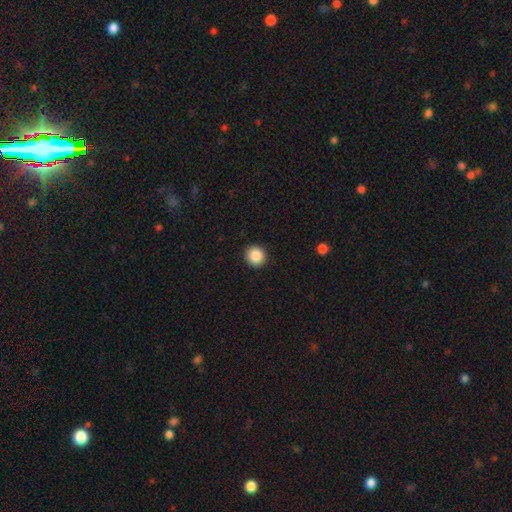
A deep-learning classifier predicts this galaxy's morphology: This appears to be a smooth galaxy with no disk features (87%) that is round (94%). Merging: none (93%).